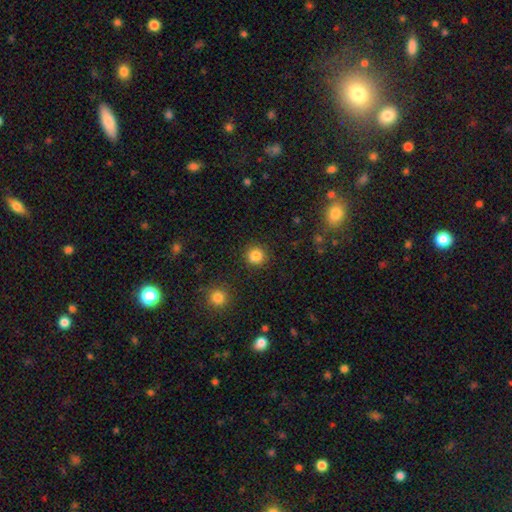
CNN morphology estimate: Smooth or featured: smooth — 84% (star or artifact — 12%)
How rounded: round — 93% (in between — 6%)
Merging: none — 90% (minor disturbance — 6%)